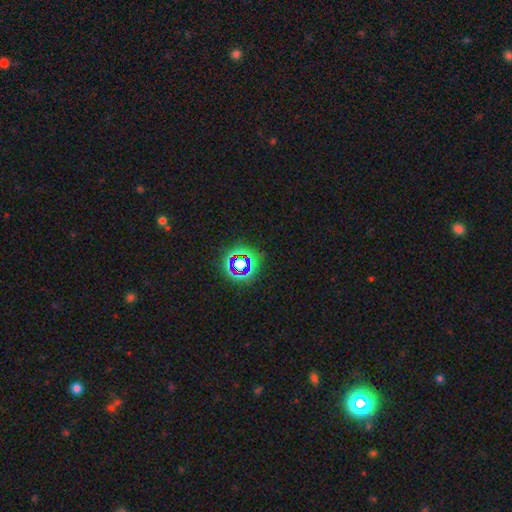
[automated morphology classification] star or artifact 51%, smooth 30%, featured or disk 19%.